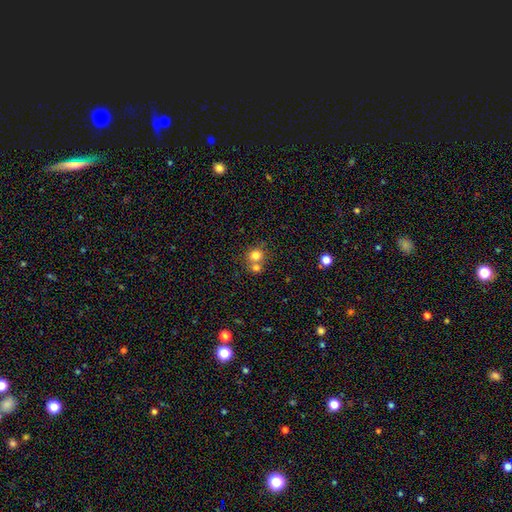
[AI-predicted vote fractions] smooth 77%, star or artifact 12%, featured or disk 11%. Down the decision tree: how rounded — round (83%); merging — none (48%).